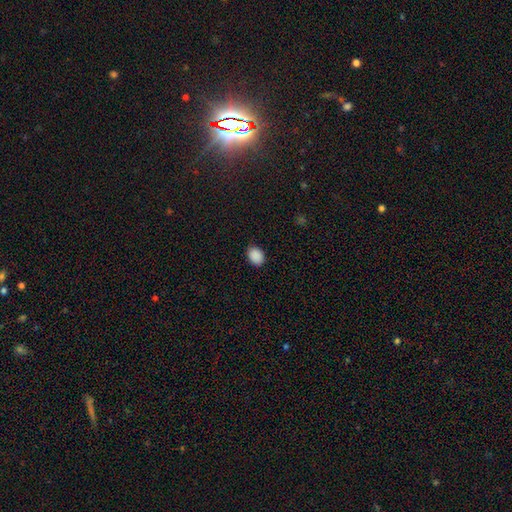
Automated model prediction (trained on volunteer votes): Q: Smooth or featured?
A: smooth (90%); runner-up: star or artifact (8%)
Q: How rounded?
A: in between (71%); runner-up: round (28%)
Q: Merging?
A: none (87%); runner-up: minor disturbance (10%)